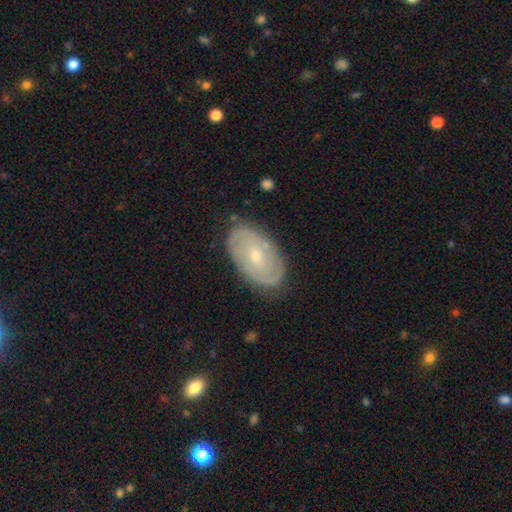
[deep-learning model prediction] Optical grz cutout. It shows a featured or disk galaxy (70%) with no bar (58%), 2 (51%) tight (64%) spiral arms (77%) and a small central bulge (58%). Merging: none (82%).